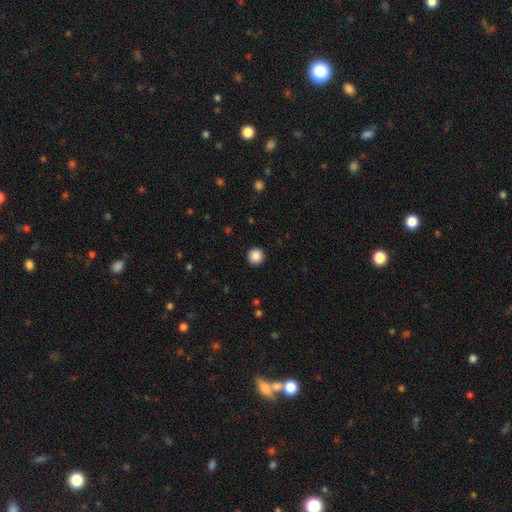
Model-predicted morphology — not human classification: Overall: smooth (88%). How rounded: round (94%). Merging: none (92%).